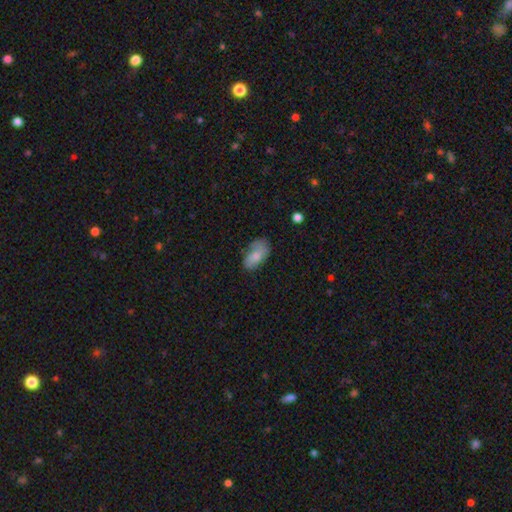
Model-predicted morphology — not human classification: Overall: smooth (73%). How rounded: in between (93%). Merging: none (53%; minor disturbance 32%).